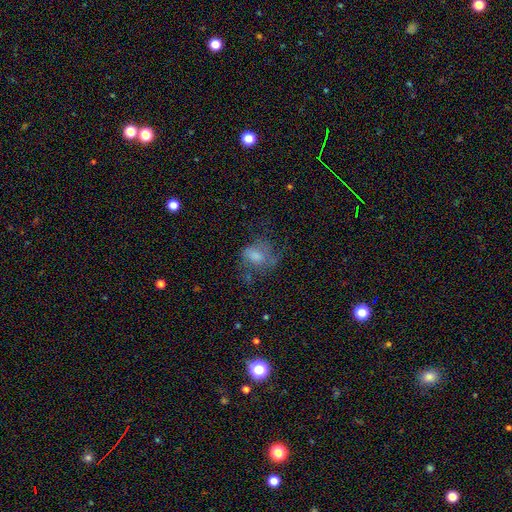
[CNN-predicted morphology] This appears to be a smooth galaxy with no disk features (45%). Merging: none (48%).